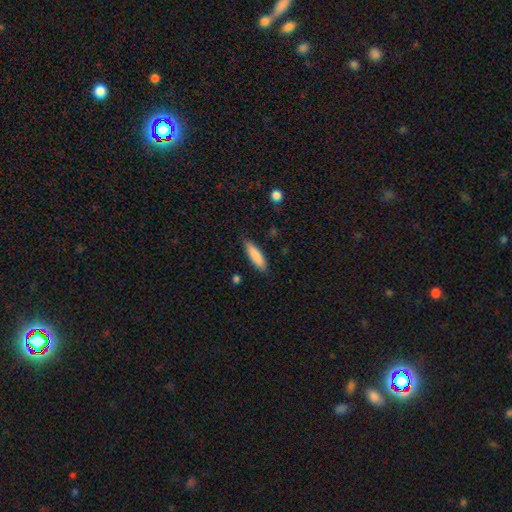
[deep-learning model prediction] Smooth or featured? Predicted: smooth (p=0.85). How rounded? Predicted: cigar-shaped (p=0.63). Merging? Predicted: none (p=0.85).